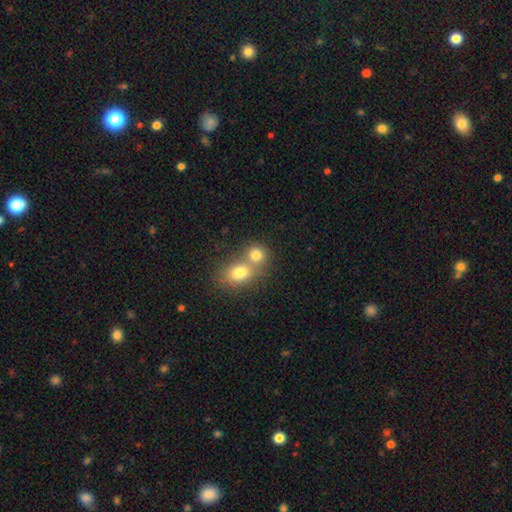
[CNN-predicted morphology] A smooth galaxy with no disk features (74%) that is round (62%).

Vote fractions:
- Smooth or featured? smooth: 74% / featured or disk: 13% / star or artifact: 12%
- How rounded? round: 62% / in between: 37% / cigar-shaped: 1%
- Merging? merger: 59% / none: 32% / minor disturbance: 6% / major disturbance: 2%